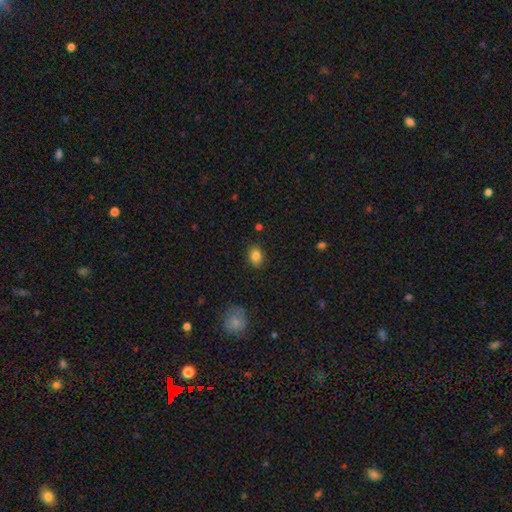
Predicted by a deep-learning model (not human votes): The model was most divided on "how rounded": in between: 66%, round: 33%, cigar-shaped: 1%. More confident: smooth or featured — smooth (85%); merging — none (84%).